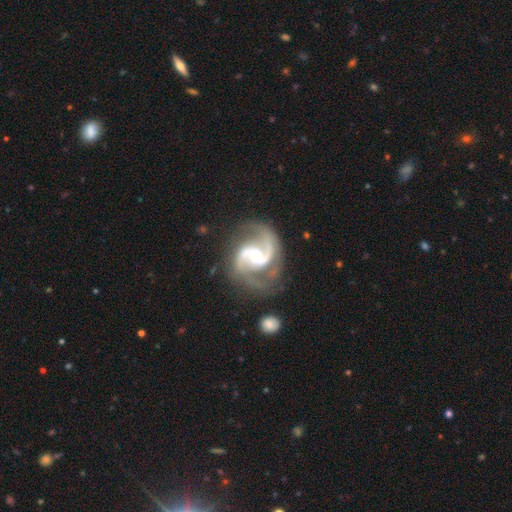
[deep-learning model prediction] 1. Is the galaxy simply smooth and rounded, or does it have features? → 92% featured or disk, 4% star or artifact, 3% smooth.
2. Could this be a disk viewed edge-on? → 98% no, 2% yes.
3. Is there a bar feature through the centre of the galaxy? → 44% weak, 41% no, 15% strong.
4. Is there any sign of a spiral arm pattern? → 98% yes, 2% no.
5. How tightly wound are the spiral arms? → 63% medium, 20% loose, 17% tight.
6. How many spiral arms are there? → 88% 2, 5% 3, 2% can't tell, 2% 1, 1% 4, 1% more than 4.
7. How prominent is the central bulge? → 55% moderate, 36% small, 6% large, 3% none, 1% dominant.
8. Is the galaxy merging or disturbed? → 67% none, 19% minor disturbance, 11% major disturbance, 3% merger.